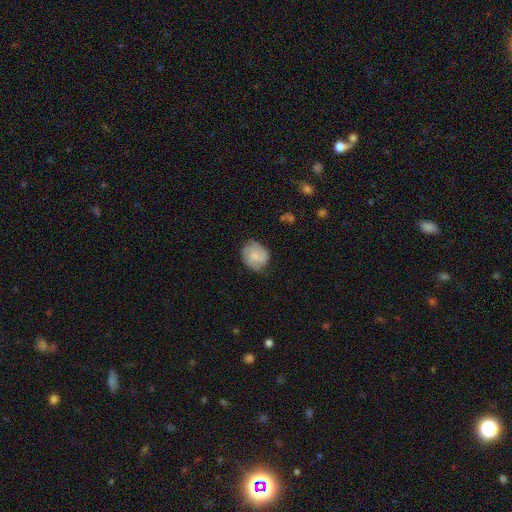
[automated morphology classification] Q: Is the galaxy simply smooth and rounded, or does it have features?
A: smooth — 60%.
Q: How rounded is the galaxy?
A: round — 61%.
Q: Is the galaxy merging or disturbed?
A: none — 68%.